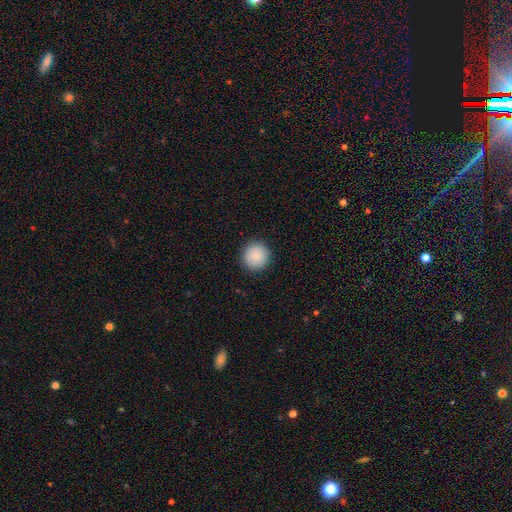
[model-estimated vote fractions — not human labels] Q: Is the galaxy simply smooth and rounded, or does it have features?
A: smooth — 89%.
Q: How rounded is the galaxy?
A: round — 95%.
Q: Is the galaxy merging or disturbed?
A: none — 92%.